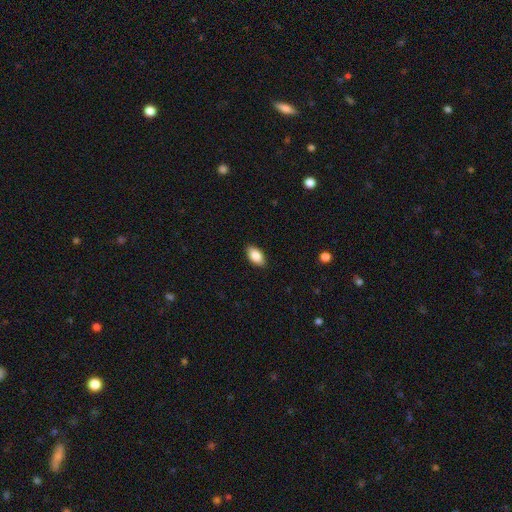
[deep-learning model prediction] Smooth or featured?
  - smooth: 87% *
  - star or artifact: 7%
  - featured or disk: 6%
How rounded?
  - in between: 93% *
  - cigar-shaped: 4%
  - round: 3%
Merging?
  - none: 88% *
  - minor disturbance: 9%
  - major disturbance: 2%
  - merger: 1%